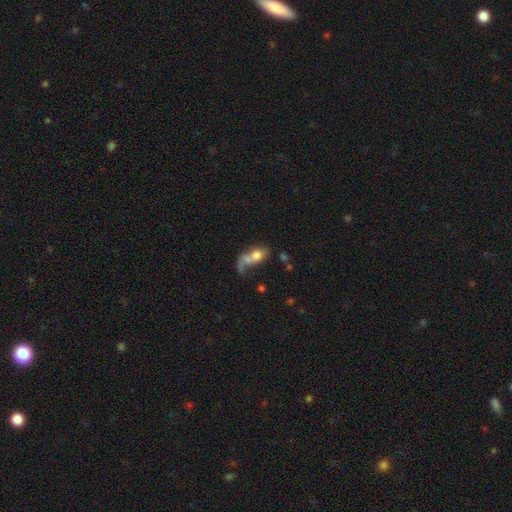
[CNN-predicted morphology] smooth_or_featured: smooth (p=0.59) [alt: featured or disk p=0.31]
how_rounded: in between (p=0.69) [alt: round p=0.25]
merging: merger (p=0.46) [alt: major disturbance p=0.26]